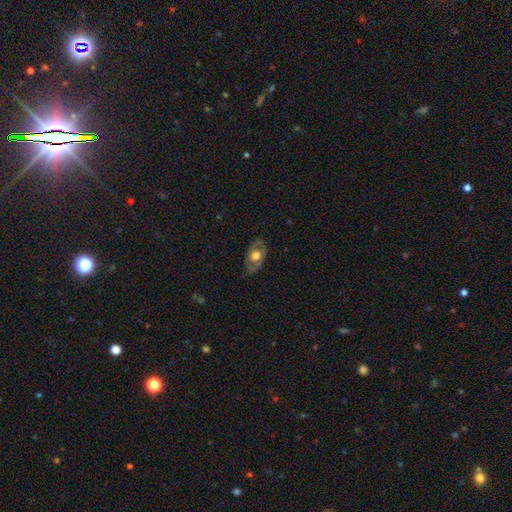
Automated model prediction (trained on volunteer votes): A featured or disk galaxy (55%).

Vote fractions:
- Smooth or featured? featured or disk: 55% / smooth: 38% / star or artifact: 6%
- Edge-on disk? no: 88% / yes: 12%
- Merging? none: 75% / minor disturbance: 18% / major disturbance: 6% / merger: 1%